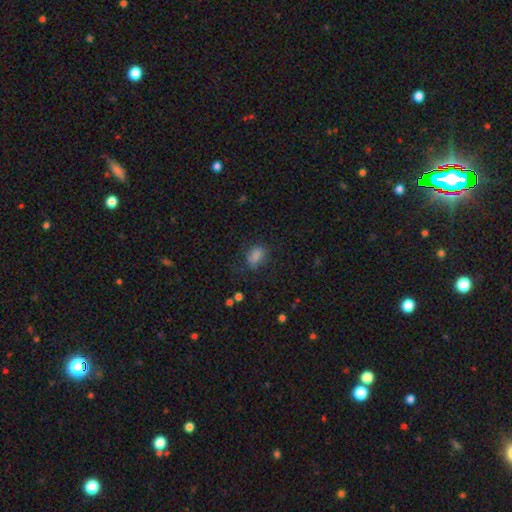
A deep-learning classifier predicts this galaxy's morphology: Smooth or featured: smooth — 78% (star or artifact — 15%)
How rounded: in between — 78% (round — 20%)
Merging: none — 68% (minor disturbance — 21%)